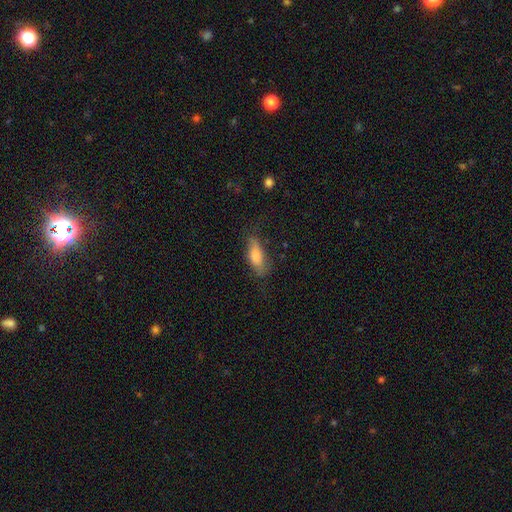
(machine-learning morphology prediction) The model was most divided on "how rounded": in between: 68%, cigar-shaped: 30%, round: 3%. More confident: smooth or featured — smooth (74%); merging — none (67%).